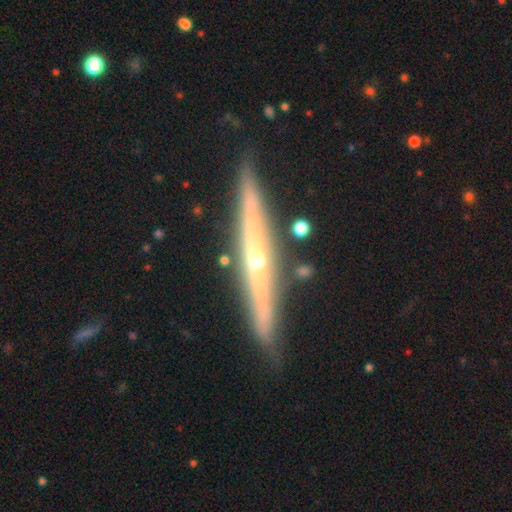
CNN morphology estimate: featured or disk 81%, smooth 13%, star or artifact 6%. Down the decision tree: edge-on disk — yes (95%); edge-on bulge — rounded (68%); merging — none (85%).